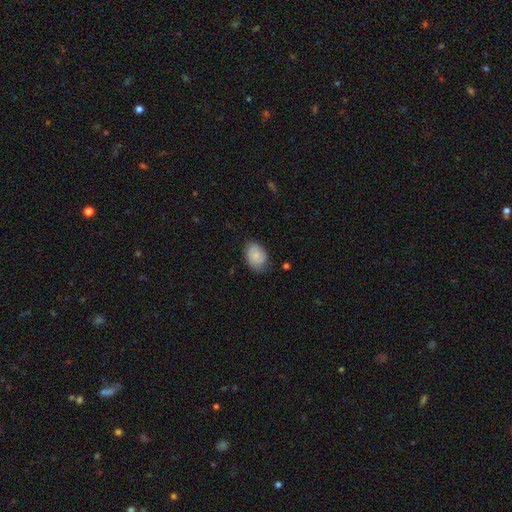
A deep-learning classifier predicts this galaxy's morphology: type=smooth (67%); roundness=in between (80%); merging=none (66%).